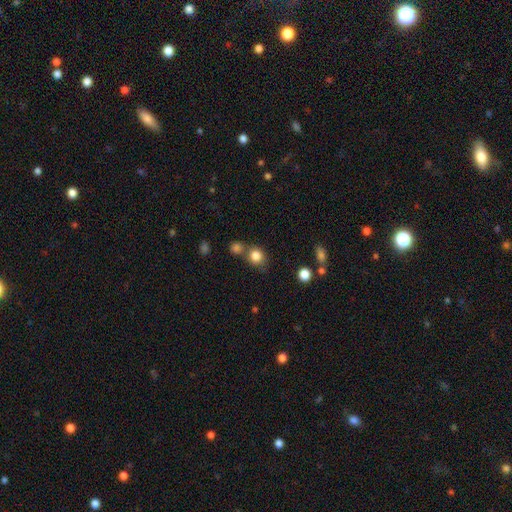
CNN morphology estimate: smooth_or_featured: smooth (p=0.83) [alt: star or artifact p=0.11]
how_rounded: round (p=0.80) [alt: in between p=0.19]
merging: none (p=0.62) [alt: merger p=0.22]